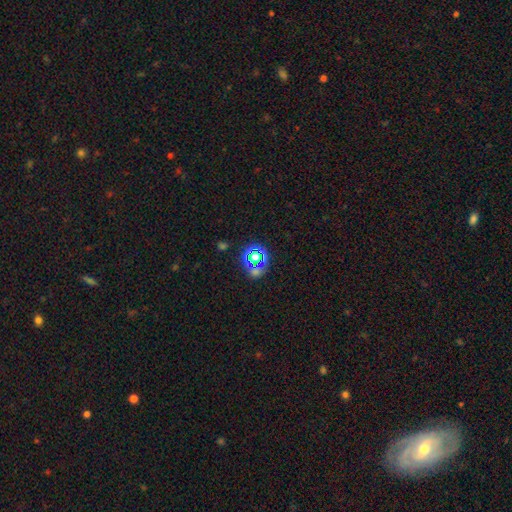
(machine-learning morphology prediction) This is possibly a star or artifact rather than a galaxy (55%).